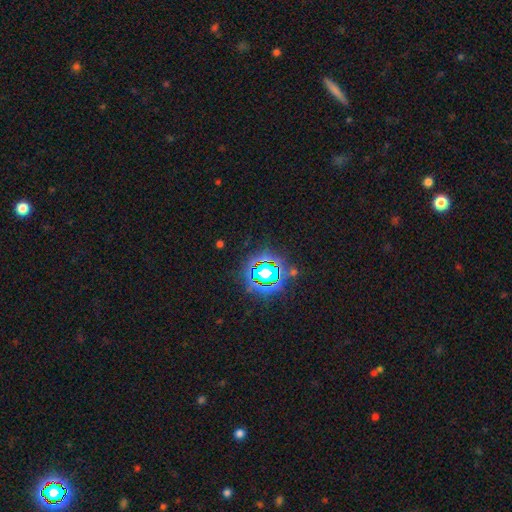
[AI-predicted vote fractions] Smooth or featured: star or artifact — 82% (smooth — 12%)